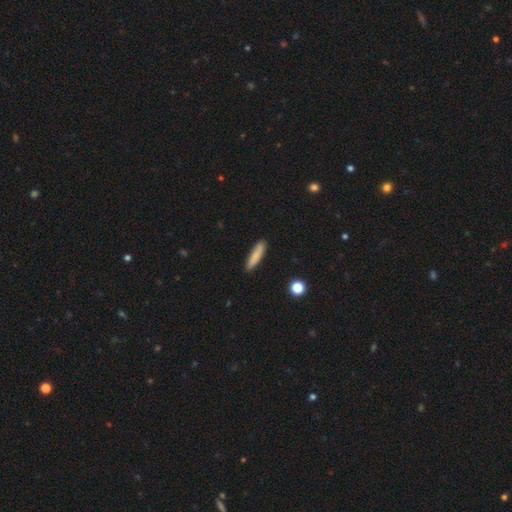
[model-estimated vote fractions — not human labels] A smooth galaxy with no disk features (82%) that is cigar-shaped (81%).

Vote fractions:
- Smooth or featured? smooth: 82% / featured or disk: 11% / star or artifact: 7%
- How rounded? cigar-shaped: 81% / in between: 17% / round: 2%
- Merging? none: 87% / minor disturbance: 9% / major disturbance: 2% / merger: 1%